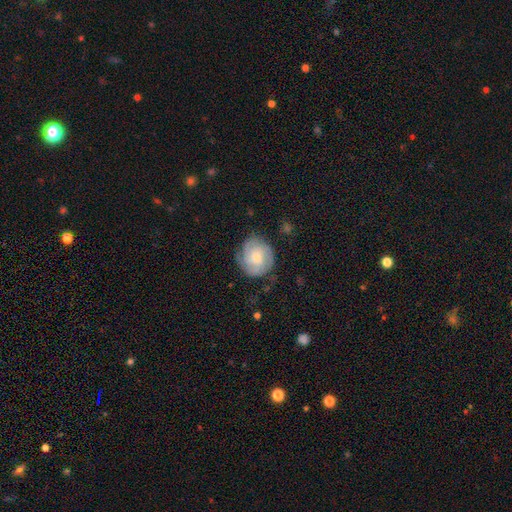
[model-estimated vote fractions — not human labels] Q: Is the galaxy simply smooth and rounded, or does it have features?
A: featured or disk — 66%.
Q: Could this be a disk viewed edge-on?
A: no — 98%.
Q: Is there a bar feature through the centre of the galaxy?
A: no — 74%.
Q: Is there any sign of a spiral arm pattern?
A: yes — 92%.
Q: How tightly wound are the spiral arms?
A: tight — 65%.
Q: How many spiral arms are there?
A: can't tell — 31%.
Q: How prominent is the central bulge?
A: small — 54%.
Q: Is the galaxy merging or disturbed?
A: none — 71%.